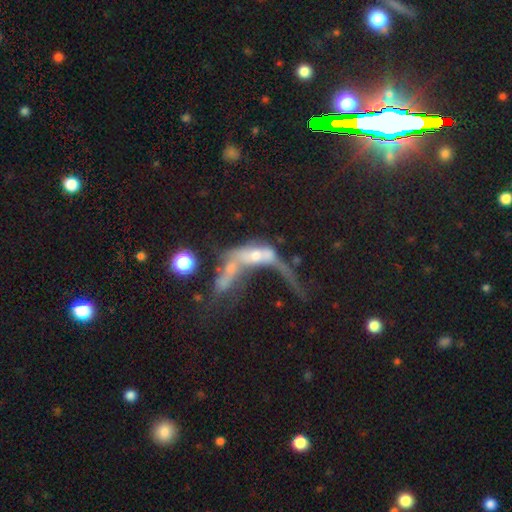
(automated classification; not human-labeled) Smooth or featured: featured or disk — 54% (smooth — 32%)
Edge-on disk: no — 80% (yes — 20%)
Merging: merger — 60% (major disturbance — 26%)